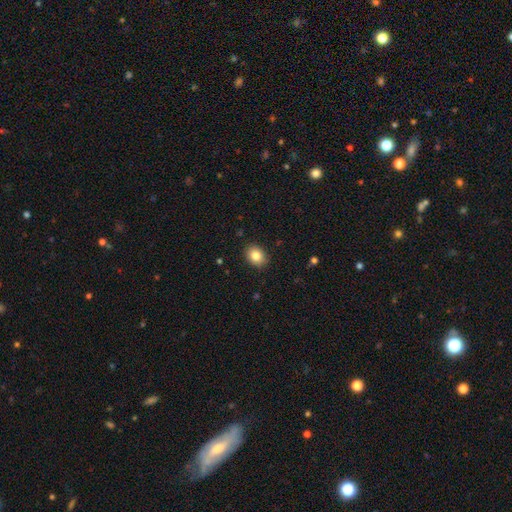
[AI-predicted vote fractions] Overall: smooth (84%). How rounded: in between (54%; round 45%). Merging: none (89%).